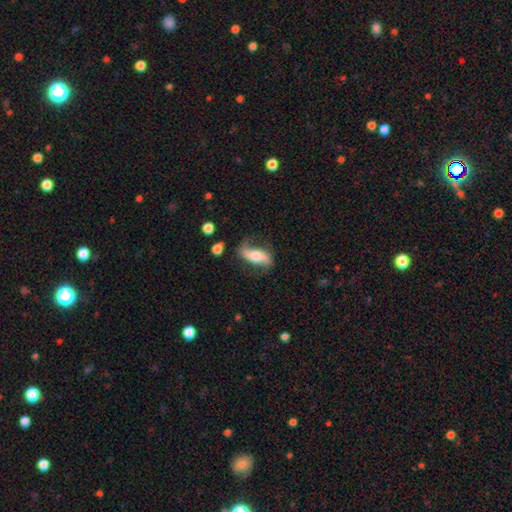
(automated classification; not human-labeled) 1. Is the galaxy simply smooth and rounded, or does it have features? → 60% featured or disk, 33% smooth, 7% star or artifact.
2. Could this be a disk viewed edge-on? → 83% no, 17% yes.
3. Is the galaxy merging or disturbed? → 65% none, 21% minor disturbance, 11% major disturbance, 3% merger.